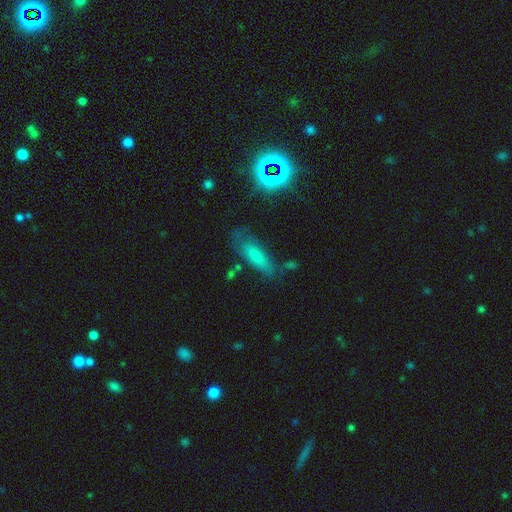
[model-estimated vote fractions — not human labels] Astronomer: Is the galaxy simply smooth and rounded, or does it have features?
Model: smooth — 60%.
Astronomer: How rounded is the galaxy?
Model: in between — 51% (runner-up: cigar-shaped, 45%).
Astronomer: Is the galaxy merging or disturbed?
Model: none — 66%.